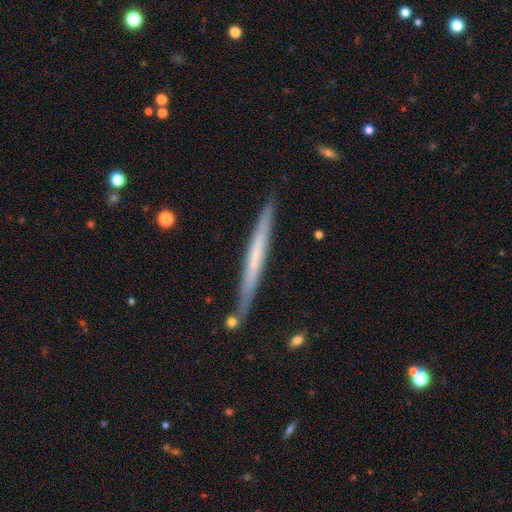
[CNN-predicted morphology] Overall: featured or disk (53%; smooth 41%). Edge-on disk: yes (96%). Edge-on bulge: none (85%). Merging: none (86%).